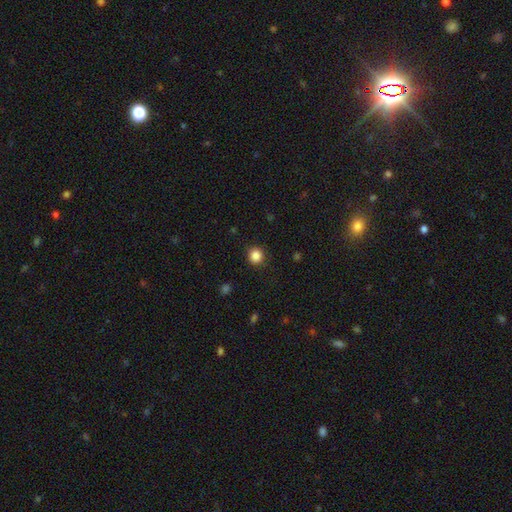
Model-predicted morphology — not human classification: smooth_or_featured: smooth (p=0.85) [alt: star or artifact p=0.11]
how_rounded: round (p=0.92) [alt: in between p=0.07]
merging: none (p=0.91) [alt: minor disturbance p=0.06]